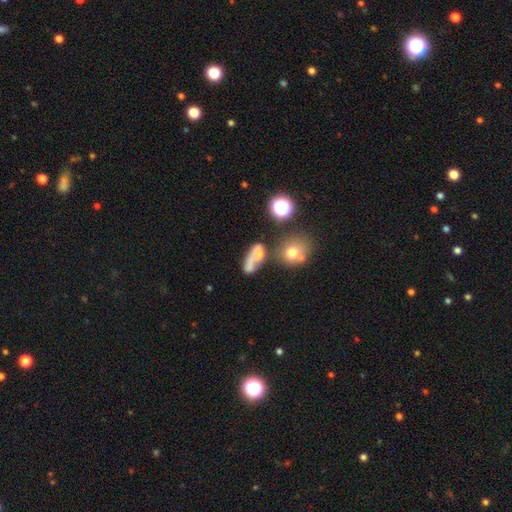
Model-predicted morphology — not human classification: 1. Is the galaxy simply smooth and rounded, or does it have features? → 55% smooth, 29% featured or disk, 16% star or artifact.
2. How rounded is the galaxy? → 67% in between, 21% round, 12% cigar-shaped.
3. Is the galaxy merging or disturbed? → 34% merger, 28% none, 22% major disturbance, 16% minor disturbance.